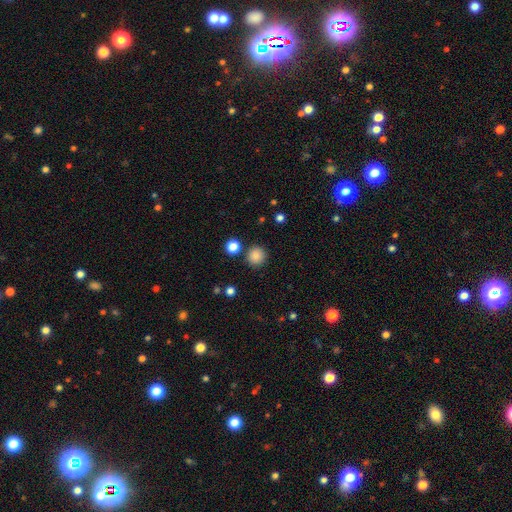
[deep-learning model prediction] The model was most divided on "smooth or featured": smooth: 85%, star or artifact: 11%, featured or disk: 4%. More confident: how rounded — round (93%); merging — none (87%).